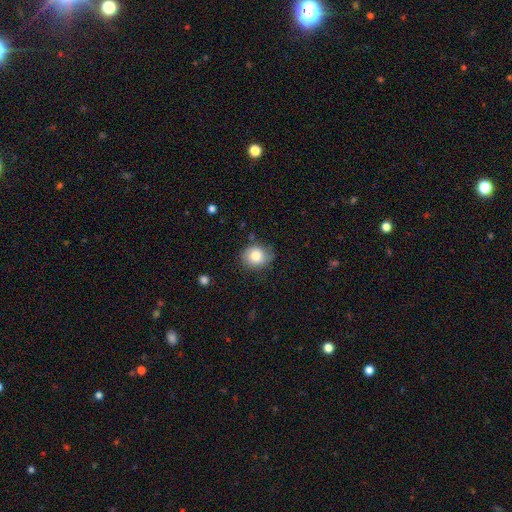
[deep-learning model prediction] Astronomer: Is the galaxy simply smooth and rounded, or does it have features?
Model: smooth — 80%.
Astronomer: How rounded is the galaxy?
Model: round — 67%.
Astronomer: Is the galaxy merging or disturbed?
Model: none — 75%.